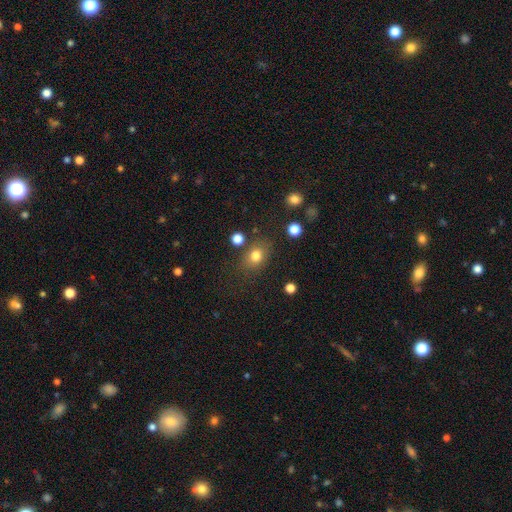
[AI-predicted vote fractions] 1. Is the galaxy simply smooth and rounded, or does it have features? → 78% smooth, 13% star or artifact, 9% featured or disk.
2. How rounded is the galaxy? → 56% in between, 42% round, 2% cigar-shaped.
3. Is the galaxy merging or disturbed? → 76% none, 14% minor disturbance, 5% major disturbance, 5% merger.